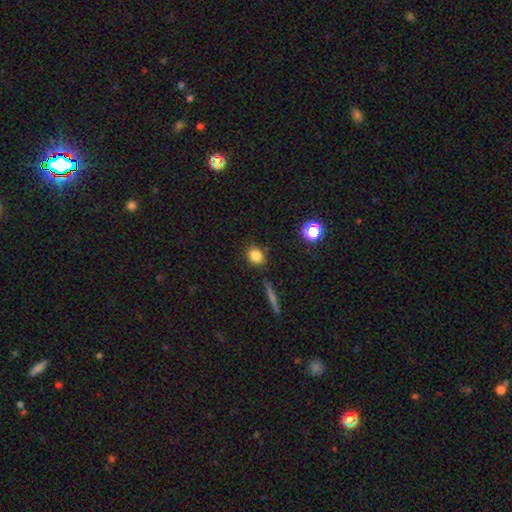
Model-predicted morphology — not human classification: A smooth galaxy with no disk features (82%) that is round (59%). Merging: none (83%).